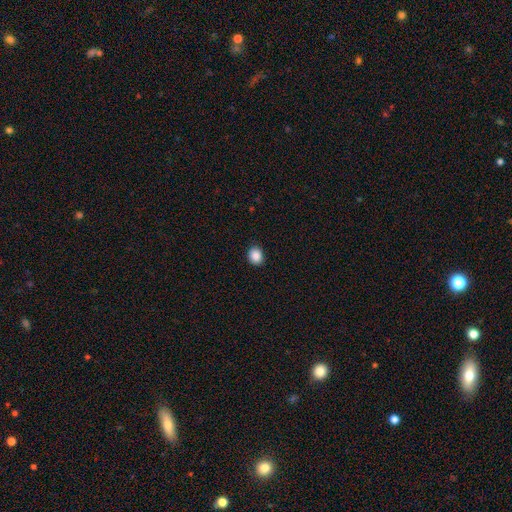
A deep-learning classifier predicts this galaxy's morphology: Overall: smooth (88%). How rounded: round (62%; in between 37%). Merging: none (90%).